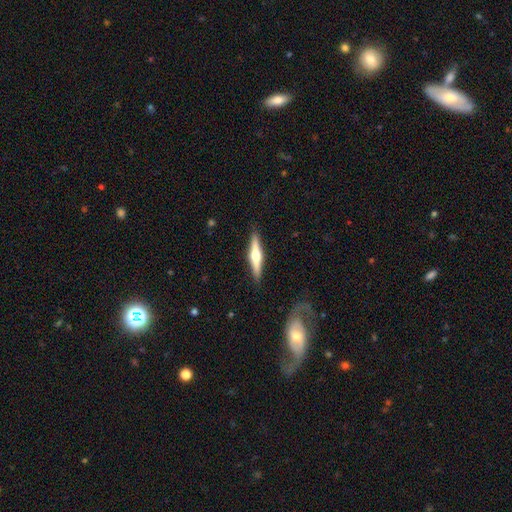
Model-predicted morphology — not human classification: Smooth or featured? featured or disk (66%)
Edge-on disk? yes (97%)
Edge-on bulge? rounded (93%)
Merging? none (89%)